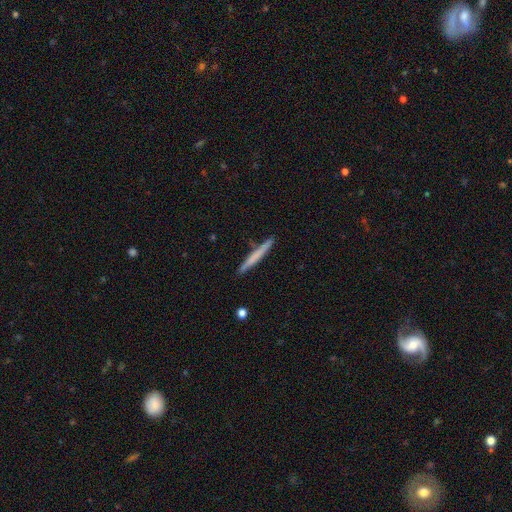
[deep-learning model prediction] This is possibly a smooth galaxy (60%). How rounded: clearly cigar-shaped (97%). Merging: clearly none (89%).